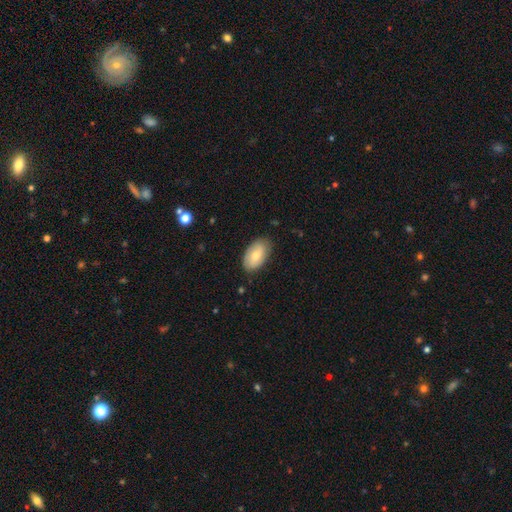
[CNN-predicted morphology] Smooth or featured? smooth (71%)
How rounded? in between (94%)
Merging? none (81%)